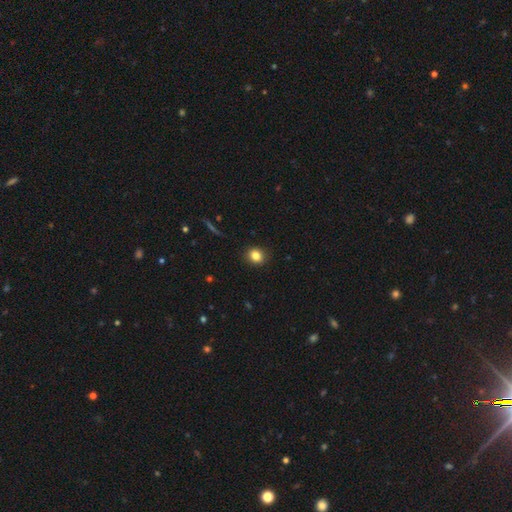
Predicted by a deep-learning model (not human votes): Q: Smooth or featured?
A: smooth (83%); runner-up: star or artifact (11%)
Q: How rounded?
A: round (68%); runner-up: in between (31%)
Q: Merging?
A: none (89%); runner-up: minor disturbance (8%)